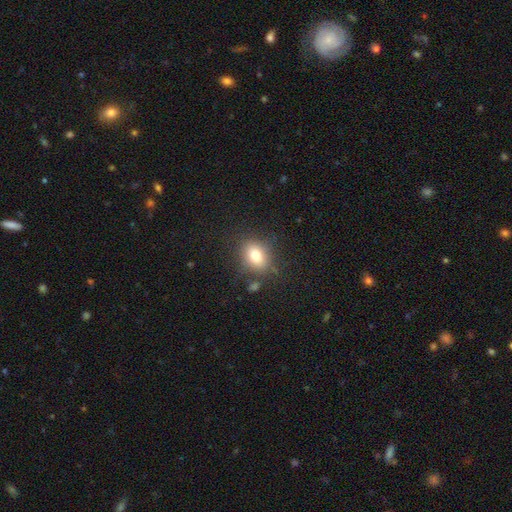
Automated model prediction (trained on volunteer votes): Morphology: type=smooth (76%); roundness=round (50%); merging=none (79%).